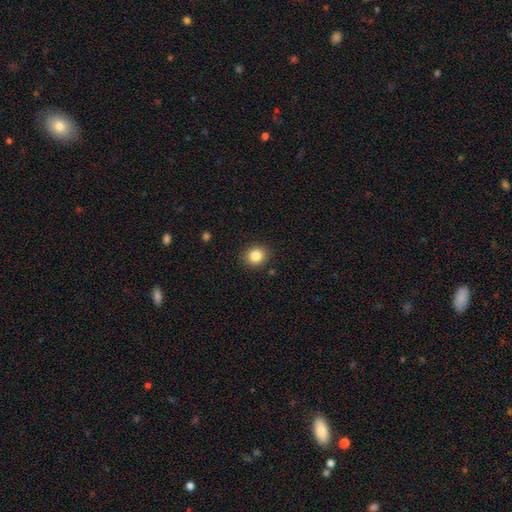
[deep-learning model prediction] Smooth or featured?
  - smooth: 85% *
  - star or artifact: 11%
  - featured or disk: 5%
How rounded?
  - round: 81% *
  - in between: 18%
  - cigar-shaped: 1%
Merging?
  - none: 89% *
  - minor disturbance: 8%
  - major disturbance: 2%
  - merger: 1%